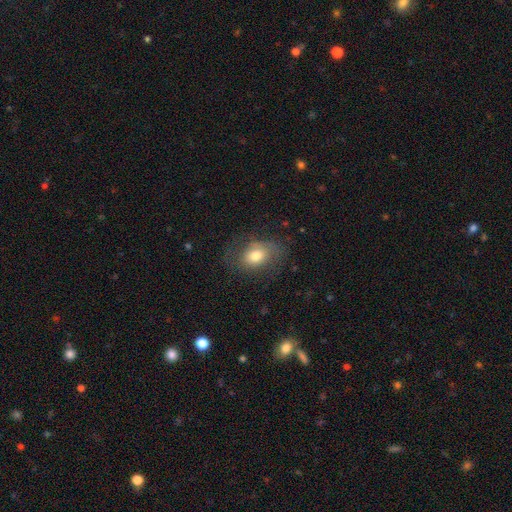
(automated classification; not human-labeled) The model was most divided on "merging": none: 61%, minor disturbance: 23%, major disturbance: 14%, merger: 1%. More confident: how rounded — in between (78%); smooth or featured — smooth (68%).